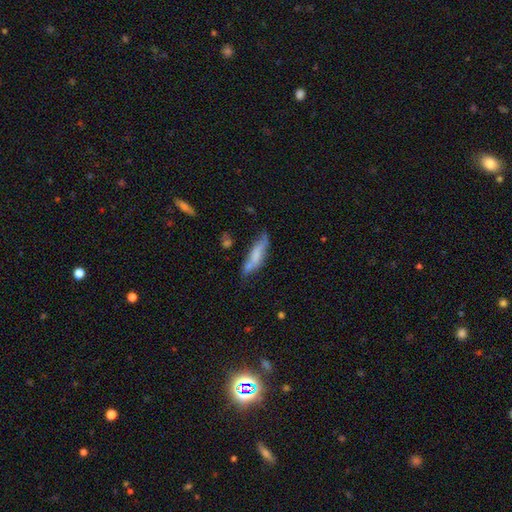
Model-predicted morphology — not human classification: type=smooth (55%); roundness=cigar-shaped (71%); merging=none (58%).